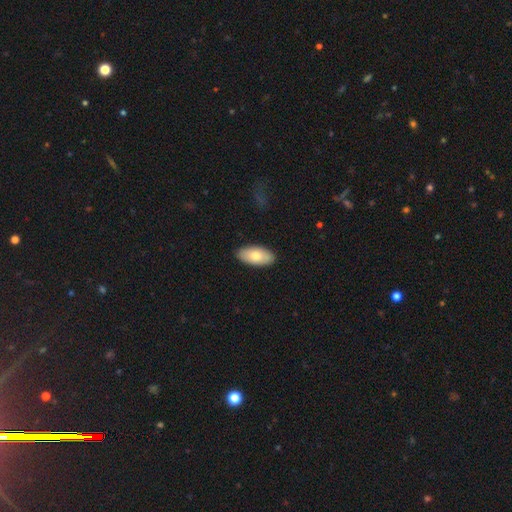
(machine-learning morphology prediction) Smooth or featured?
  - smooth: 75% *
  - featured or disk: 20%
  - star or artifact: 6%
How rounded?
  - in between: 93% *
  - cigar-shaped: 5%
  - round: 3%
Merging?
  - none: 88% *
  - minor disturbance: 9%
  - major disturbance: 2%
  - merger: 1%